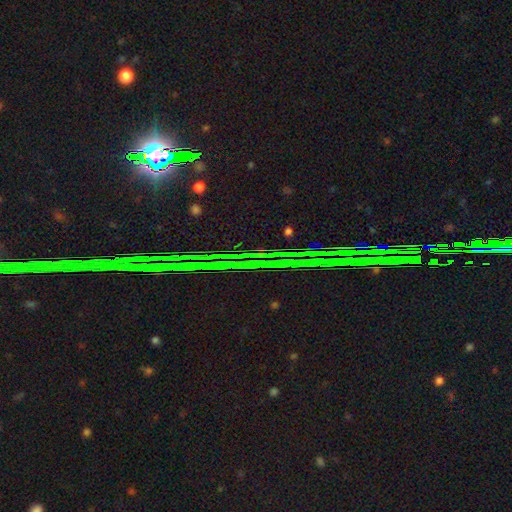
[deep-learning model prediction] This appears to be a star or artifact, not a galaxy (87%).